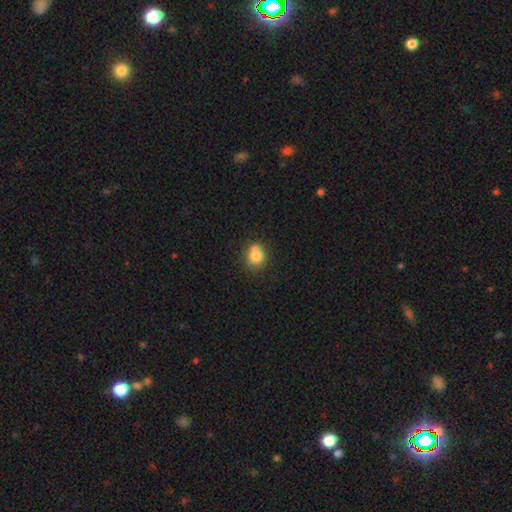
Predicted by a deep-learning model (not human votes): Smooth or featured: smooth — 78% (featured or disk — 12%)
How rounded: round — 75% (in between — 24%)
Merging: none — 53% (merger — 27%)